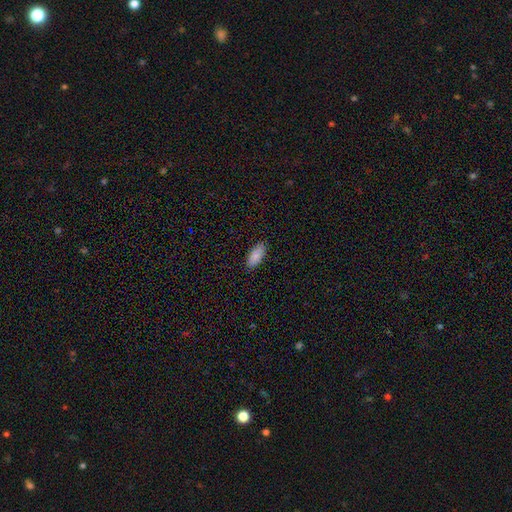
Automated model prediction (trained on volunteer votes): A smooth galaxy with no disk features (87%) that is in between round and cigar-shaped (88%). Merging: none (87%).